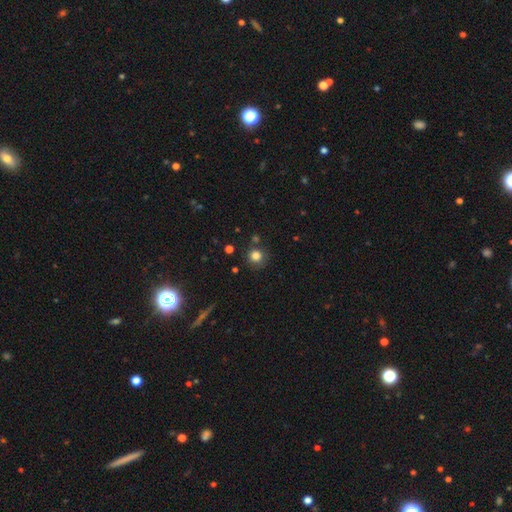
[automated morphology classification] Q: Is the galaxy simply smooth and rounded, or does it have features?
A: smooth — 81%.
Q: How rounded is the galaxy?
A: round — 91%.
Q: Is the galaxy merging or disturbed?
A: none — 79%.